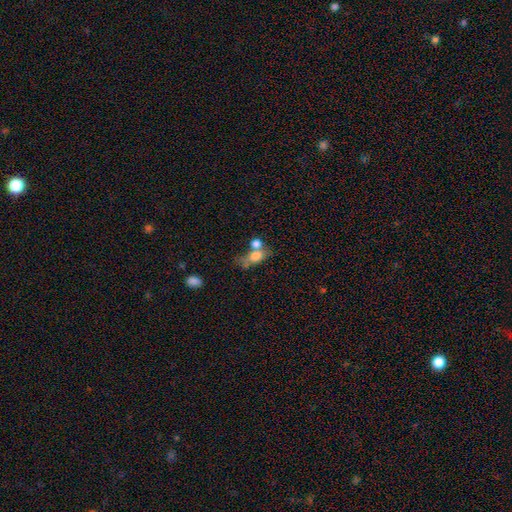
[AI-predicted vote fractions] Q: Smooth or featured?
A: smooth (70%); runner-up: featured or disk (20%)
Q: How rounded?
A: in between (65%); runner-up: round (28%)
Q: Merging?
A: merger (49%); runner-up: none (25%)